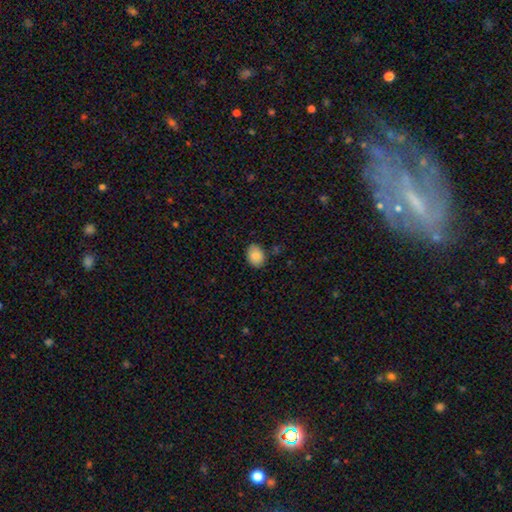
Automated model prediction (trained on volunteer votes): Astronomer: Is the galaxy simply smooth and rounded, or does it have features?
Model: smooth — 86%.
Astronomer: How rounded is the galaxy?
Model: in between — 72%.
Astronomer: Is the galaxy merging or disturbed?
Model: none — 81%.